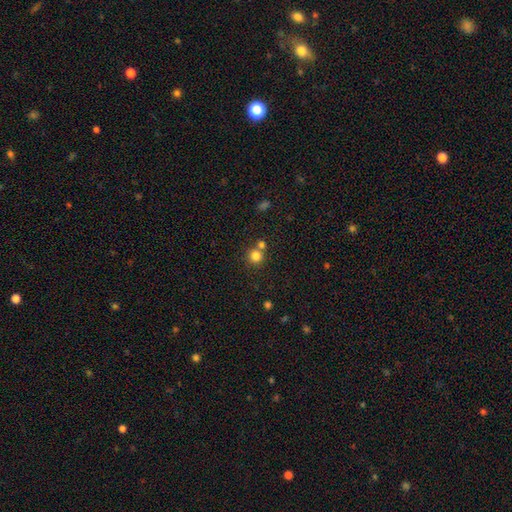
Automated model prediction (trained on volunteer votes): Smooth or featured?
  - smooth: 81% *
  - star or artifact: 13%
  - featured or disk: 7%
How rounded?
  - round: 92% *
  - in between: 7%
  - cigar-shaped: 1%
Merging?
  - none: 63% *
  - merger: 27%
  - minor disturbance: 7%
  - major disturbance: 3%